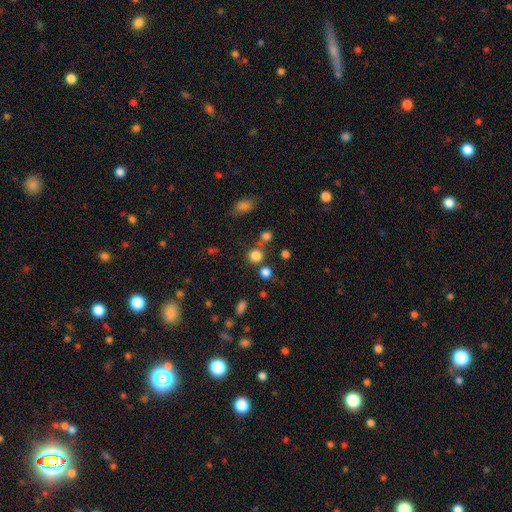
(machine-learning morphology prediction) This appears to be a smooth galaxy with no disk features (79%) that is round (89%). Merging: none (68%).